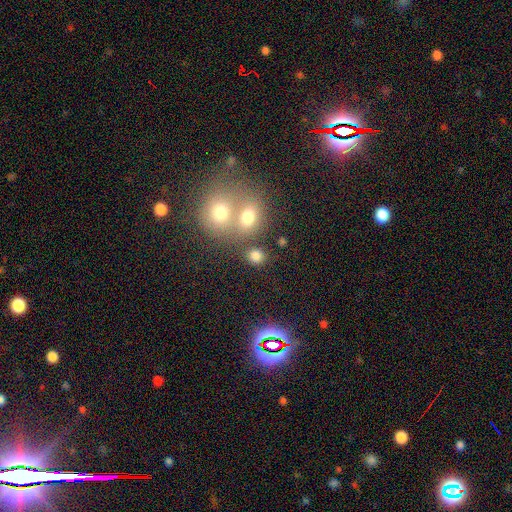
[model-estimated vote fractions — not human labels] Q: Smooth or featured?
A: smooth (78%); runner-up: star or artifact (15%)
Q: How rounded?
A: round (73%); runner-up: in between (26%)
Q: Merging?
A: none (67%); runner-up: merger (20%)